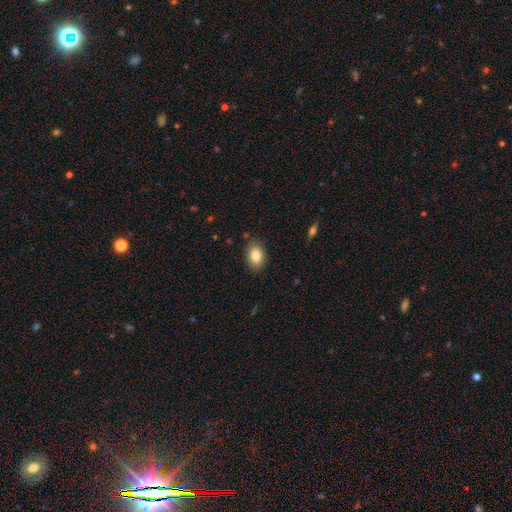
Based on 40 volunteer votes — Overall: smooth (88%). How rounded: in between (91%). Merging: none (88%).